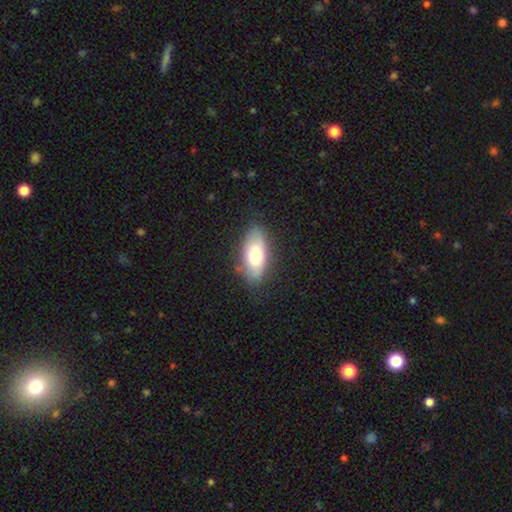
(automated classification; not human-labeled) smooth-or-featured: smooth: 73% | featured or disk: 21% | star or artifact: 6%
  how-rounded: in between: 87% | cigar-shaped: 10% | round: 3%
  merging: none: 79% | minor disturbance: 16% | major disturbance: 4% | merger: 1%